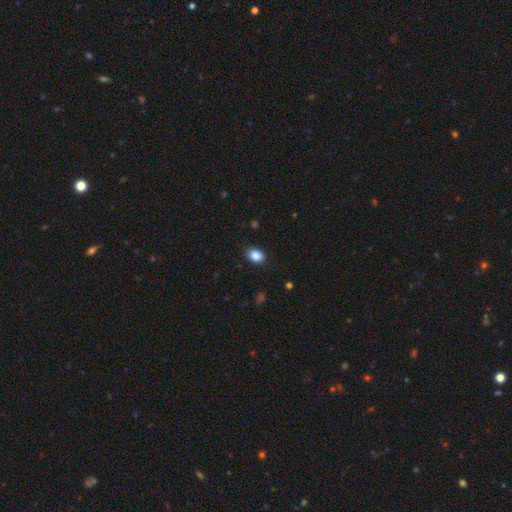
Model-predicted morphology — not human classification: smooth-or-featured: smooth: 88% | star or artifact: 8% | featured or disk: 3%
  how-rounded: in between: 71% | round: 28% | cigar-shaped: 1%
  merging: none: 88% | minor disturbance: 9% | major disturbance: 2% | merger: 1%